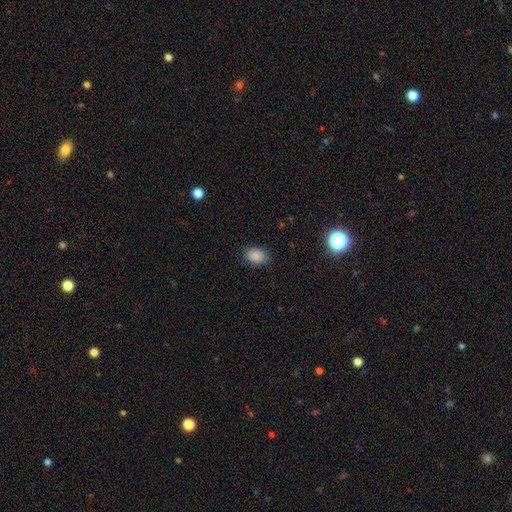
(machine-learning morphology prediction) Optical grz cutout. It shows a smooth galaxy with no disk features (87%) that is in between round and cigar-shaped (78%). Merging: none (85%).